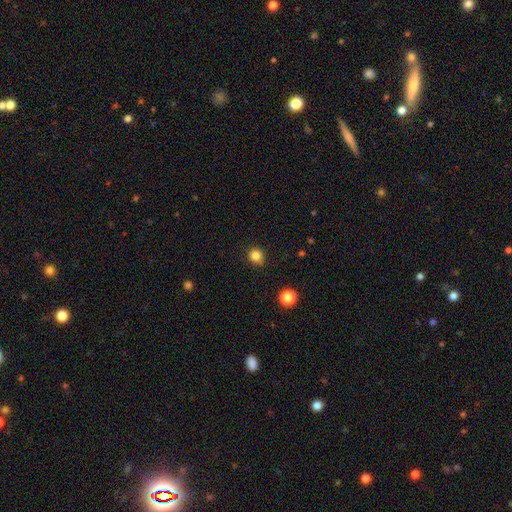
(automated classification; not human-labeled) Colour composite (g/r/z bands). It shows a smooth galaxy with no disk features (82%) that is round (91%). Merging: none (86%).